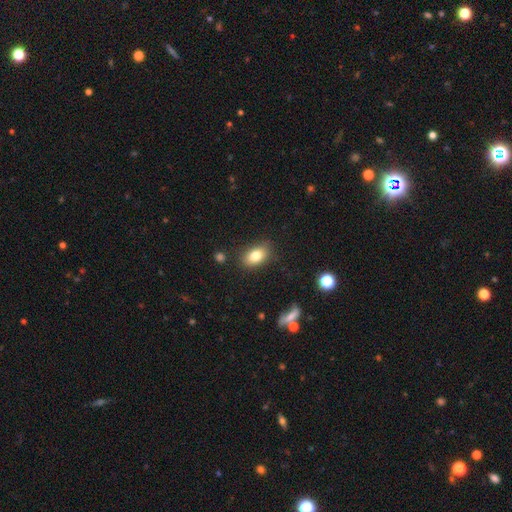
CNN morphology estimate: Overall: smooth (81%). How rounded: in between (86%). Merging: none (84%).